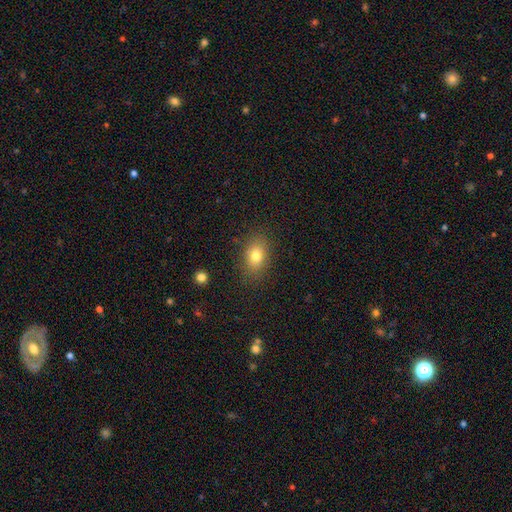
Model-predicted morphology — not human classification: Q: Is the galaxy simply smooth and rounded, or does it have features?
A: smooth — 77%.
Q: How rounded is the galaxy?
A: in between — 76%.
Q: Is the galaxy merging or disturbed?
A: none — 84%.